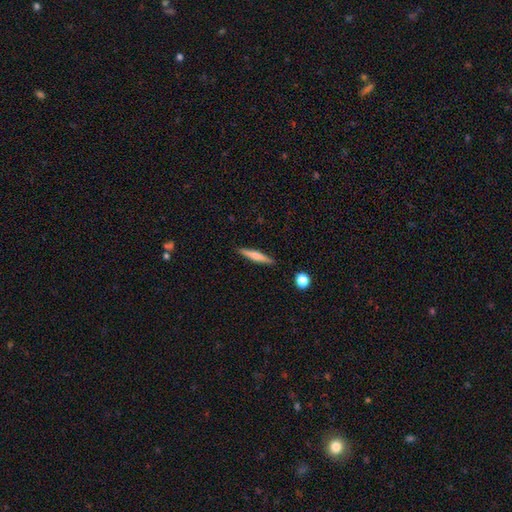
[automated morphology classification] smooth 56%, featured or disk 37%, star or artifact 6%. Down the decision tree: how rounded — cigar-shaped (91%); merging — none (89%).